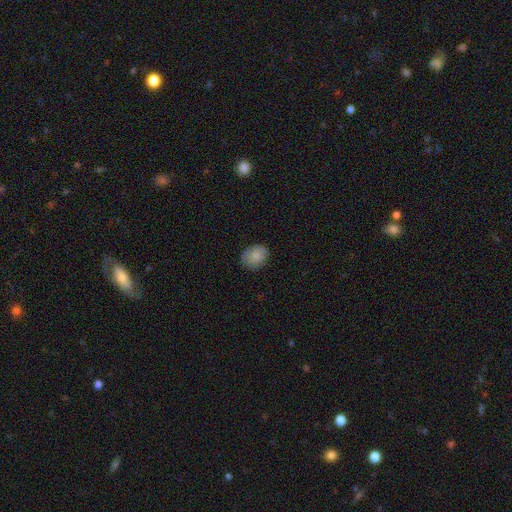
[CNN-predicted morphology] This appears to be a smooth galaxy with no disk features (83%) that is in between round and cigar-shaped (55%). Merging: none (79%).